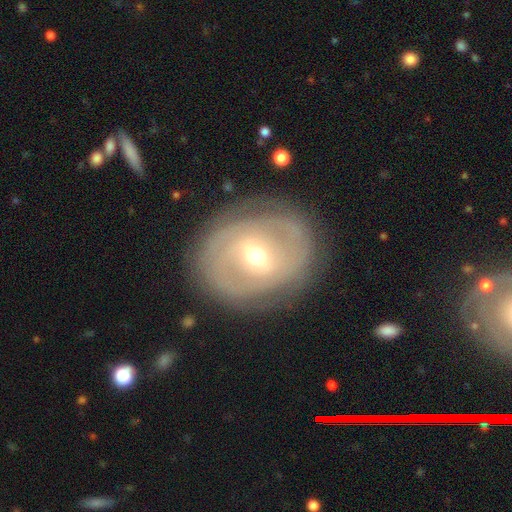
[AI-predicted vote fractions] A featured or disk galaxy (70%) with a weak bar (46%), spiral arms (61%) and a moderate central bulge (56%). Merging: none (76%).